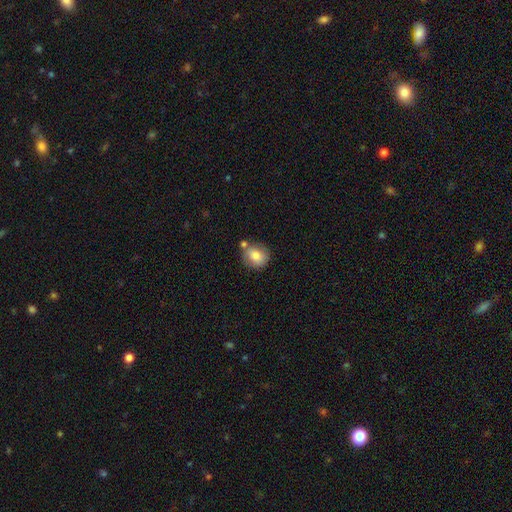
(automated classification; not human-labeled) A smooth galaxy with no disk features (80%) that is round (73%). Merging: none (63%).